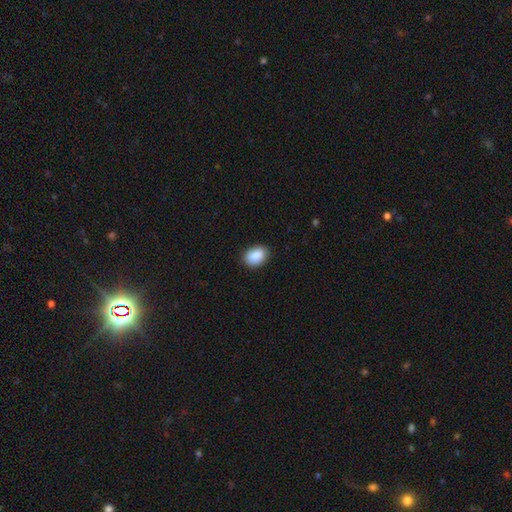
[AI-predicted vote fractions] Smooth or featured? smooth (90%)
How rounded? in between (77%)
Merging? none (87%)